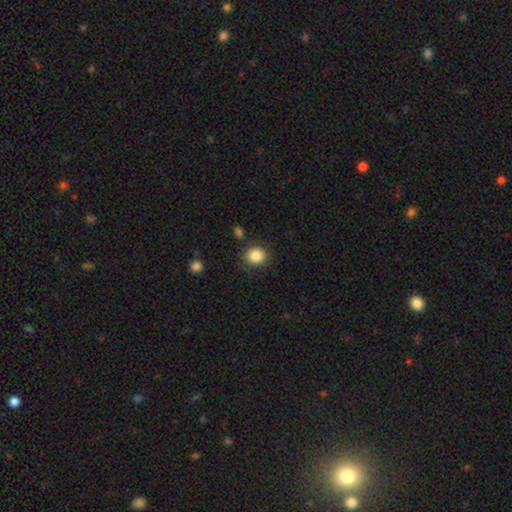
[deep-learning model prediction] Smooth or featured? smooth (86%)
How rounded? round (78%)
Merging? none (82%)